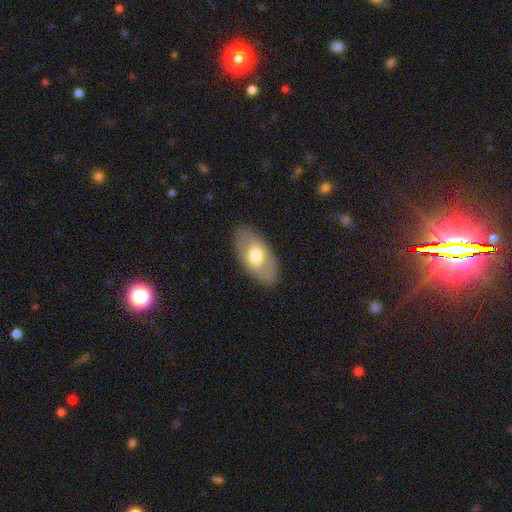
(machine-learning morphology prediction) Smooth or featured?
  - smooth: 56% *
  - featured or disk: 38%
  - star or artifact: 6%
How rounded?
  - in between: 92% *
  - round: 5%
  - cigar-shaped: 2%
Merging?
  - none: 84% *
  - minor disturbance: 11%
  - major disturbance: 4%
  - merger: 1%